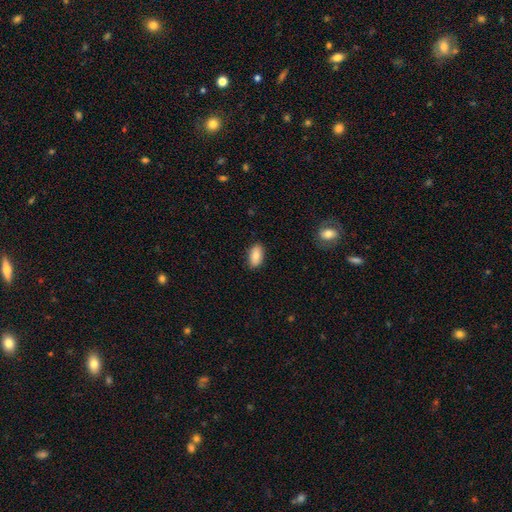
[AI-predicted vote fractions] This appears to be a smooth galaxy with no disk features (82%) that is in between round and cigar-shaped (92%). Merging: none (87%).